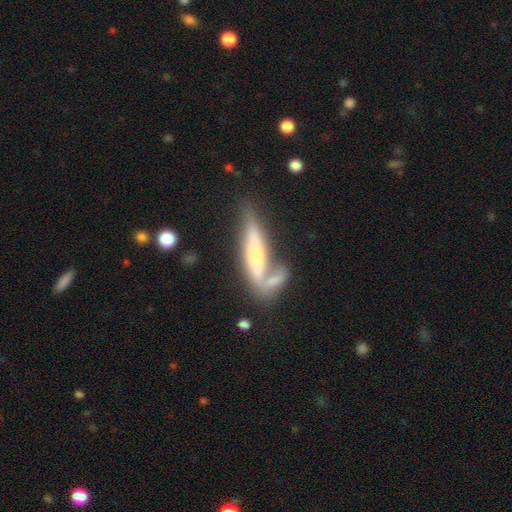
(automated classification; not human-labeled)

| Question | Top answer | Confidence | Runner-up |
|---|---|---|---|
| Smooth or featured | smooth | 53% | featured or disk (40%) |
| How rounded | cigar-shaped | 81% | in between (17%) |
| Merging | merger | 41% | none (35%) |